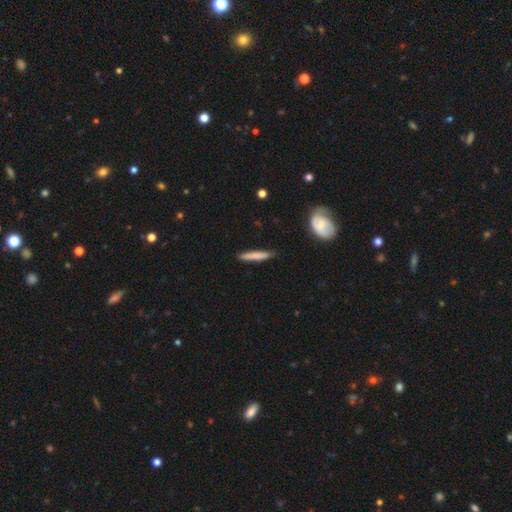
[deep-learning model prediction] The model was most divided on "smooth or featured": smooth: 76%, featured or disk: 18%, star or artifact: 6%. More confident: how rounded — cigar-shaped (93%); merging — none (86%).